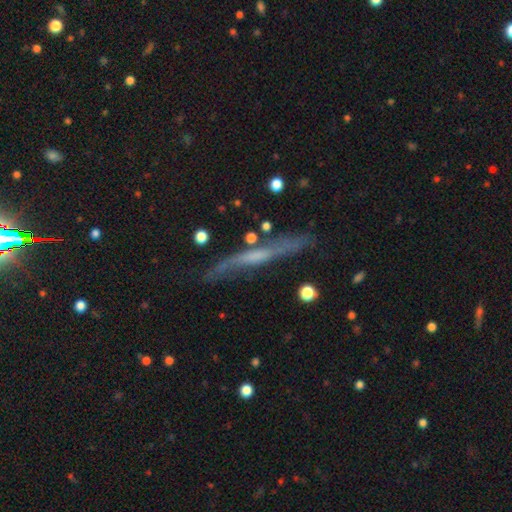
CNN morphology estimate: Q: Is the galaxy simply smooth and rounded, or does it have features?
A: featured or disk — 59%.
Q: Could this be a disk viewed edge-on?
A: yes — 83%.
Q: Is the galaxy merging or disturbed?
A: none — 69%.